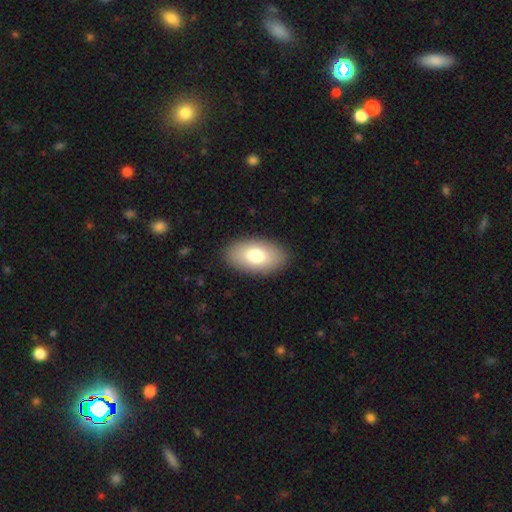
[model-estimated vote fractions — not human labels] This appears to be a smooth galaxy with no disk features (78%) that is in between round and cigar-shaped (94%). Merging: none (88%).